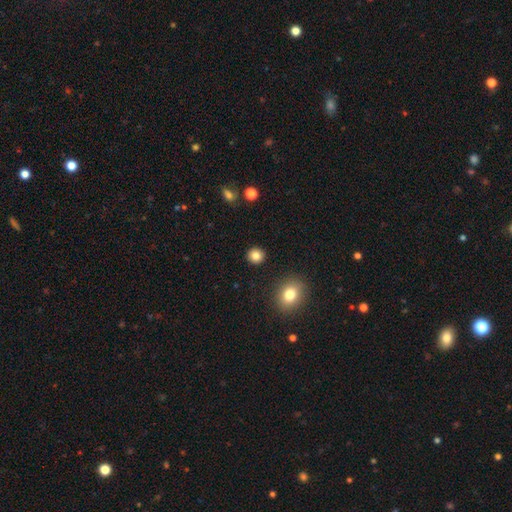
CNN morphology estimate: Smooth or featured?
  - smooth: 84% *
  - star or artifact: 11%
  - featured or disk: 6%
How rounded?
  - round: 90% *
  - in between: 9%
  - cigar-shaped: 1%
Merging?
  - none: 92% *
  - minor disturbance: 5%
  - major disturbance: 2%
  - merger: 1%